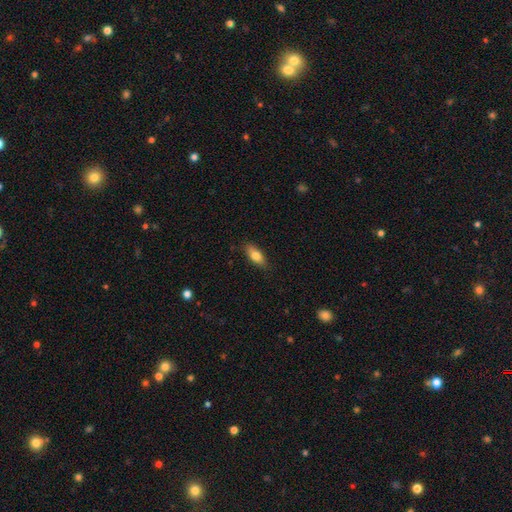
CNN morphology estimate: type=smooth (78%); roundness=in between (79%); merging=none (84%).